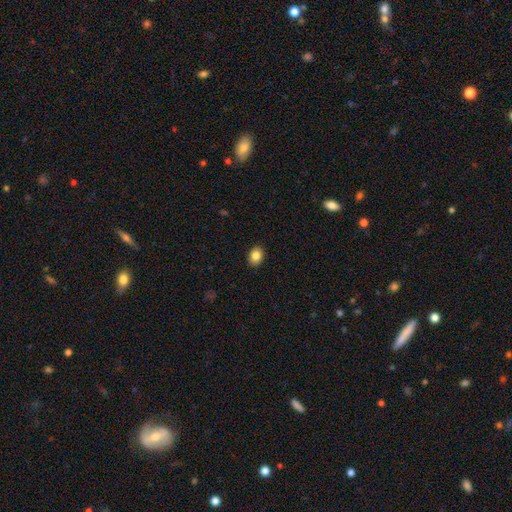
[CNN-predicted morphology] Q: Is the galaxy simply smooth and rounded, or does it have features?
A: smooth — 84%.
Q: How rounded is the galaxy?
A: in between — 67%.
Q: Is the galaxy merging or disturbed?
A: none — 90%.